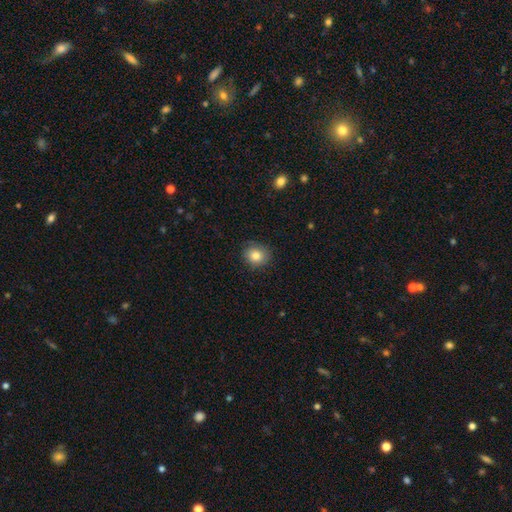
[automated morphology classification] Smooth or featured?
  - smooth: 82% *
  - star or artifact: 9%
  - featured or disk: 9%
How rounded?
  - round: 77% *
  - in between: 22%
  - cigar-shaped: 1%
Merging?
  - none: 81% *
  - minor disturbance: 15%
  - major disturbance: 3%
  - merger: 1%